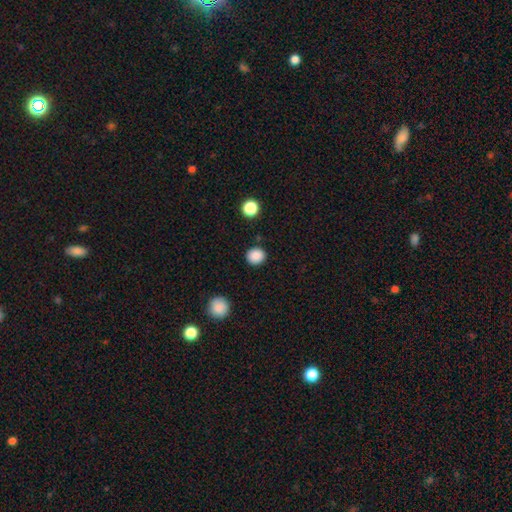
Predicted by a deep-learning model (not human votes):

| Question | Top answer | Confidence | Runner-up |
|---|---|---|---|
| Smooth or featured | smooth | 87% | star or artifact (10%) |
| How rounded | round | 84% | in between (16%) |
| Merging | none | 88% | minor disturbance (7%) |